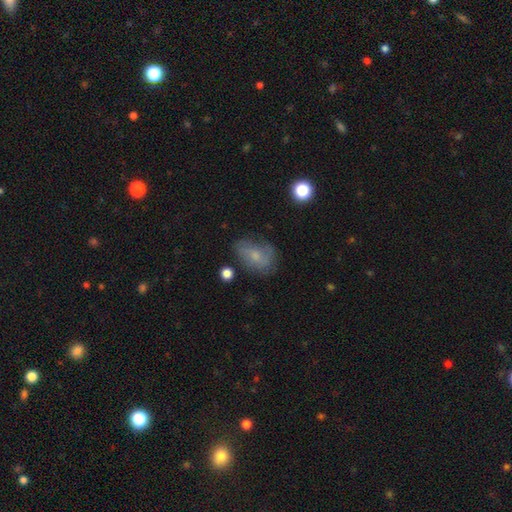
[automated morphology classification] A smooth galaxy with no disk features (57%) that is in between round and cigar-shaped (79%).

Vote fractions:
- Smooth or featured? smooth: 57% / featured or disk: 33% / star or artifact: 10%
- How rounded? in between: 79% / round: 19% / cigar-shaped: 2%
- Merging? none: 55% / minor disturbance: 29% / major disturbance: 13% / merger: 3%